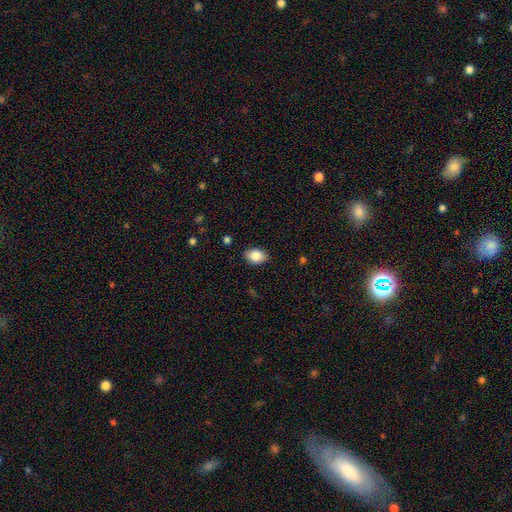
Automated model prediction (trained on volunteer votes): Smooth or featured: smooth — 85% (star or artifact — 8%)
How rounded: in between — 82% (round — 17%)
Merging: none — 87% (minor disturbance — 10%)